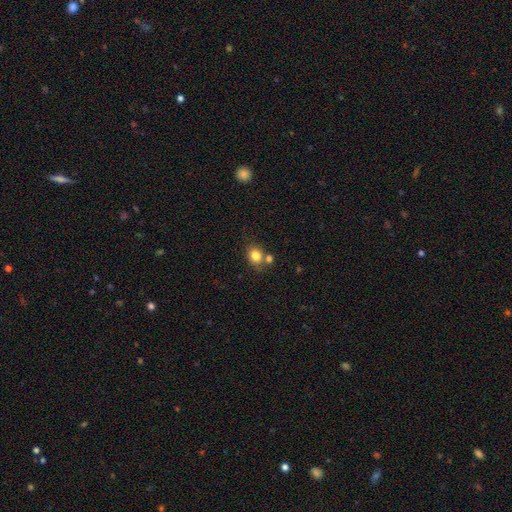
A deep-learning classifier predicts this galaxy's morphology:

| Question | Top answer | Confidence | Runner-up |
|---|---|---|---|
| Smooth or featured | smooth | 81% | star or artifact (11%) |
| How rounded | round | 59% | in between (40%) |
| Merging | none | 61% | merger (23%) |